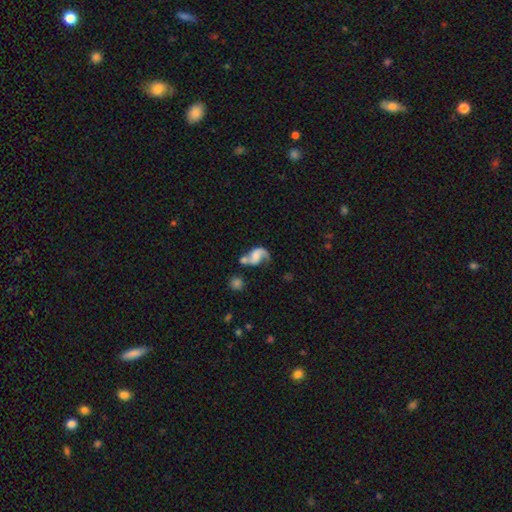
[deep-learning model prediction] This is likely a featured or disk galaxy (67%). It is clearly not viewed edge-on (97%). Bar: possibly no (57%). Spiral arm pattern: clearly yes (89%). Spiral arm count: likely 2 (64%). Spiral winding: likely loose (66%). Central bulge: possibly none (46%). Merging: marginally none (31%).